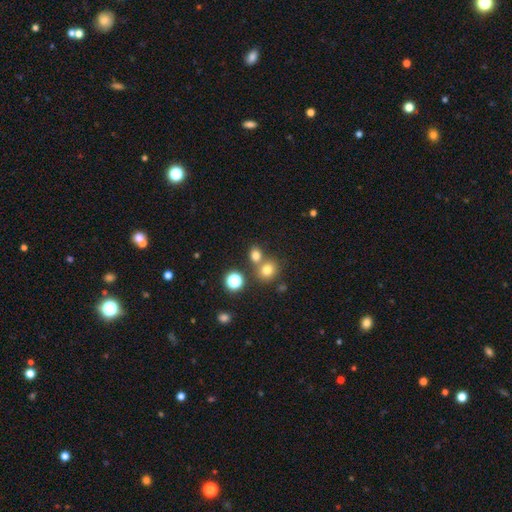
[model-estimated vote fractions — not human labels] A smooth galaxy with no disk features (74%) that is round (66%).

Vote fractions:
- Smooth or featured? smooth: 74% / star or artifact: 18% / featured or disk: 8%
- How rounded? round: 66% / in between: 33% / cigar-shaped: 1%
- Merging? none: 57% / merger: 31% / minor disturbance: 8% / major disturbance: 3%